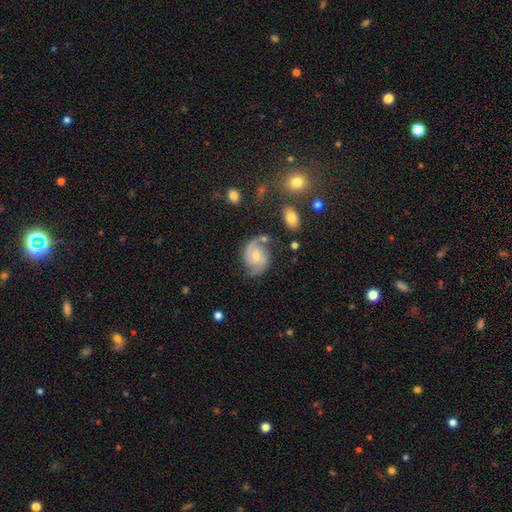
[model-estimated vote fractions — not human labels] Smooth or featured? Predicted: featured or disk (p=0.78). Edge-on disk? Predicted: no (p=0.98). Bar? Predicted: no (p=0.57). Spiral arms? Predicted: yes (p=0.95). Spiral winding? Predicted: medium (p=0.49). Spiral arm count? Predicted: 2 (p=0.85). Bulge size? Predicted: moderate (p=0.50). Merging? Predicted: none (p=0.61).